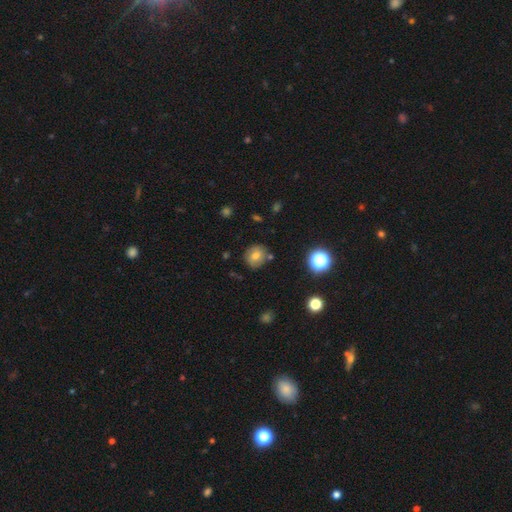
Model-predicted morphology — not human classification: Q: Smooth or featured?
A: smooth (70%); runner-up: featured or disk (17%)
Q: How rounded?
A: round (83%); runner-up: in between (16%)
Q: Merging?
A: none (80%); runner-up: minor disturbance (12%)